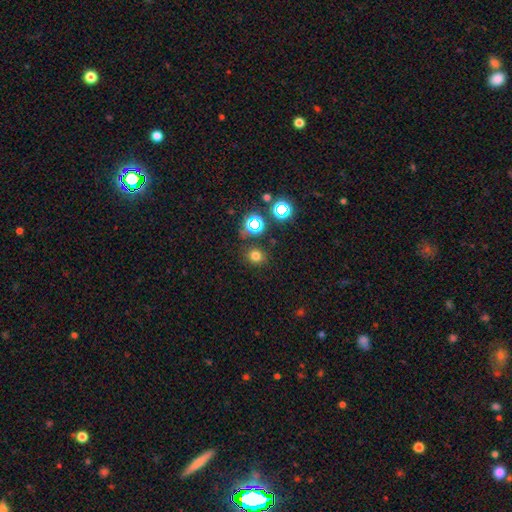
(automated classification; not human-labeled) Smooth or featured: smooth — 71% (star or artifact — 23%)
How rounded: round — 80% (in between — 19%)
Merging: none — 84% (minor disturbance — 9%)